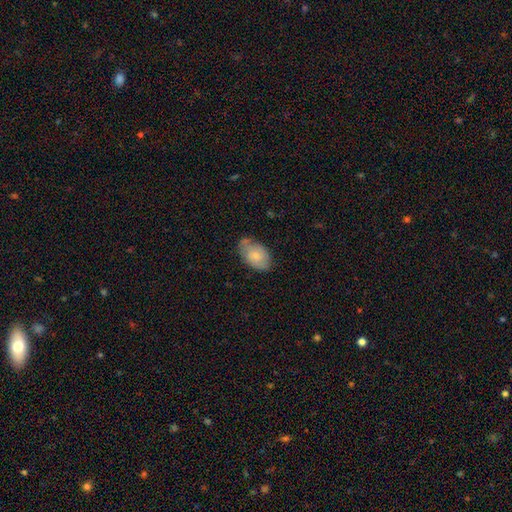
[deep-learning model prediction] A smooth galaxy with no disk features (73%) that is in between round and cigar-shaped (92%). Merging: none (62%).